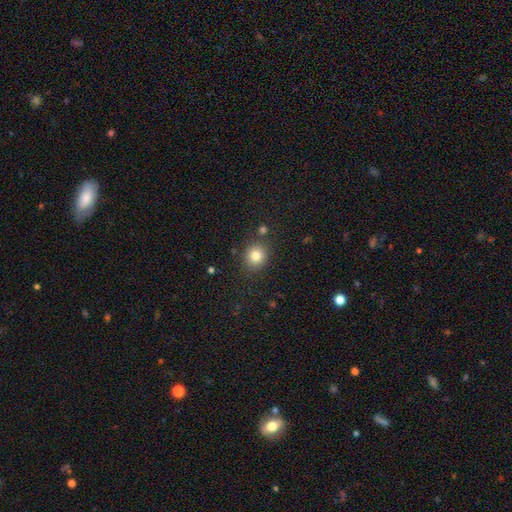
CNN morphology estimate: smooth 81%, star or artifact 12%, featured or disk 7%. Down the decision tree: how rounded — round (83%); merging — none (84%).